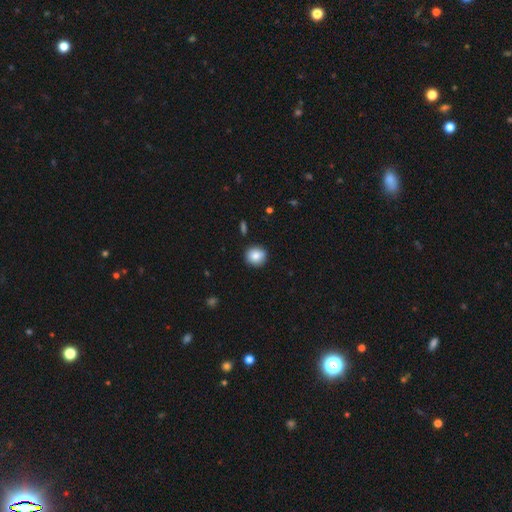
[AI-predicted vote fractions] Smooth or featured?
  - smooth: 85% *
  - star or artifact: 8%
  - featured or disk: 7%
How rounded?
  - round: 89% *
  - in between: 10%
  - cigar-shaped: 1%
Merging?
  - none: 90% *
  - minor disturbance: 7%
  - major disturbance: 2%
  - merger: 1%